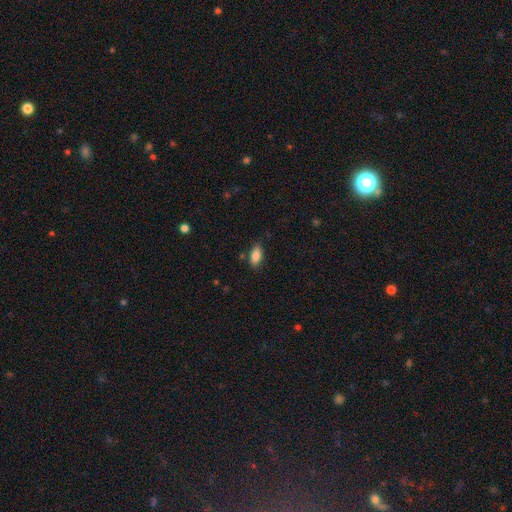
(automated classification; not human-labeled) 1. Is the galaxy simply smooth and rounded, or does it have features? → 83% smooth, 10% featured or disk, 7% star or artifact.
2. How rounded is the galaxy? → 88% in between, 9% cigar-shaped, 3% round.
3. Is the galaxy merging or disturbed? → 80% none, 14% minor disturbance, 3% major disturbance, 2% merger.